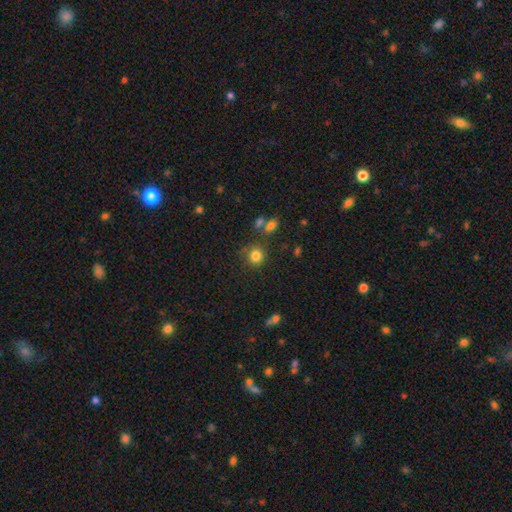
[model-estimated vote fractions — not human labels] Morphology: type=smooth (82%); roundness=round (88%); merging=none (77%).